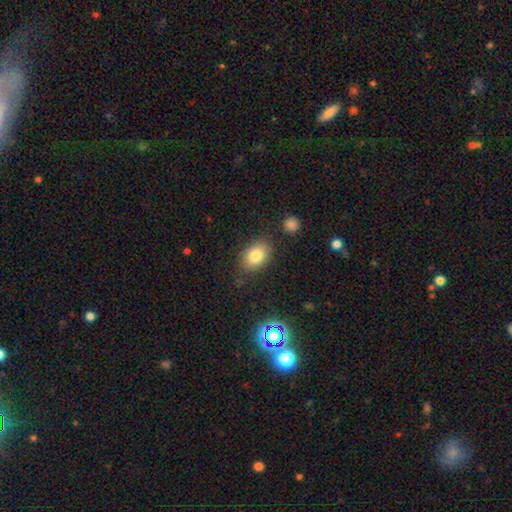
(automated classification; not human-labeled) Overall: smooth (81%). How rounded: in between (77%). Merging: none (78%).